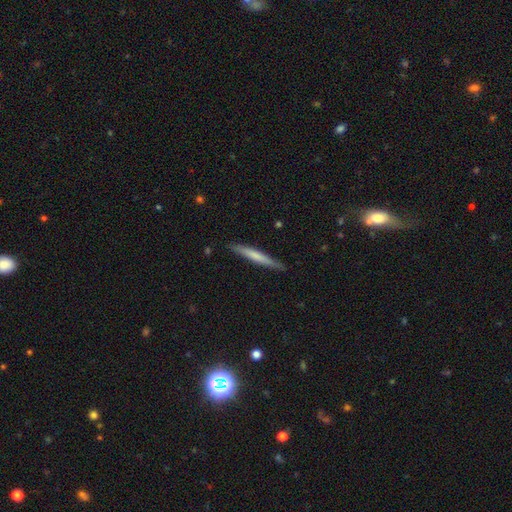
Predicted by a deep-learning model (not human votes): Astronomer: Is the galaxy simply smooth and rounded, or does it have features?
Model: smooth — 61%.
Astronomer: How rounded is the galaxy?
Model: cigar-shaped — 96%.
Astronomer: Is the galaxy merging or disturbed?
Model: none — 88%.